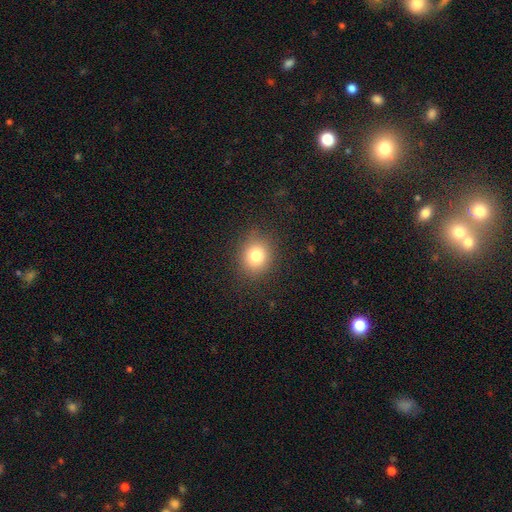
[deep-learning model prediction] Smooth or featured?
  - smooth: 78% *
  - star or artifact: 13%
  - featured or disk: 9%
How rounded?
  - round: 75% *
  - in between: 24%
  - cigar-shaped: 1%
Merging?
  - none: 86% *
  - minor disturbance: 9%
  - major disturbance: 4%
  - merger: 1%